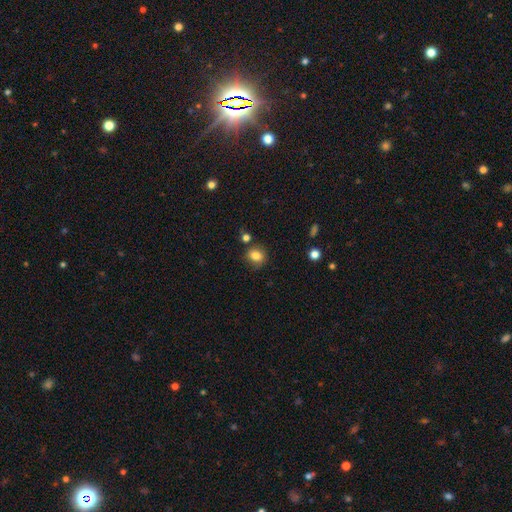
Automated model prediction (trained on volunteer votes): Morphology: type=smooth (82%); roundness=round (65%); merging=none (76%).